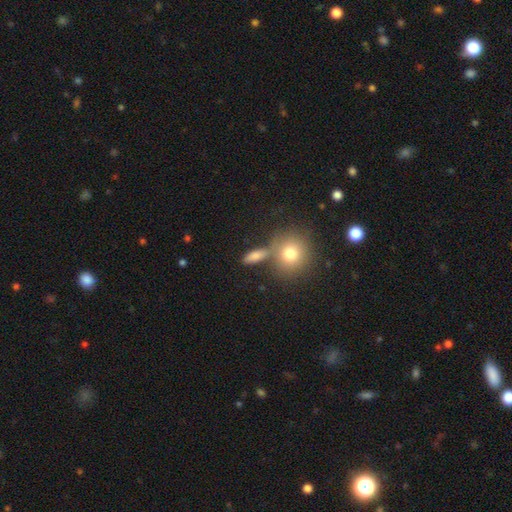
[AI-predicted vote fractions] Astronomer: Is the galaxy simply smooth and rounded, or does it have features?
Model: smooth — 77%.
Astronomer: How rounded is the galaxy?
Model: in between — 56%.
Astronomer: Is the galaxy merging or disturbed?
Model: none — 62%.